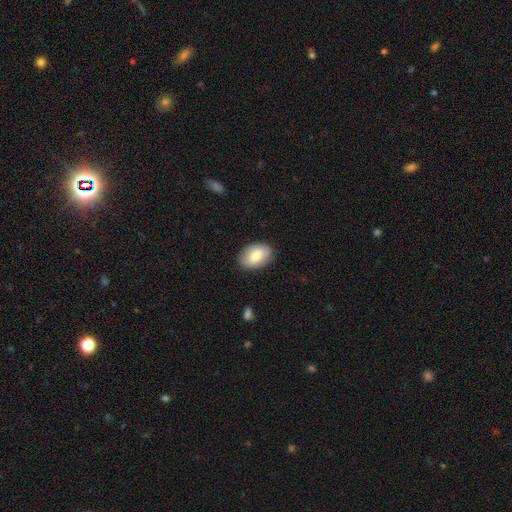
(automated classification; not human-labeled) This is likely a smooth galaxy (76%). How rounded: clearly in between (89%). Merging: clearly none (84%).